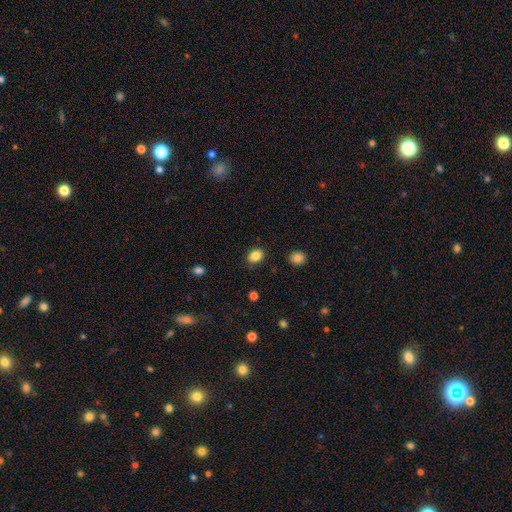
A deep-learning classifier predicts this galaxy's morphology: Smooth or featured? Predicted: smooth (p=0.85). How rounded? Predicted: in between (p=0.58). Merging? Predicted: none (p=0.84).